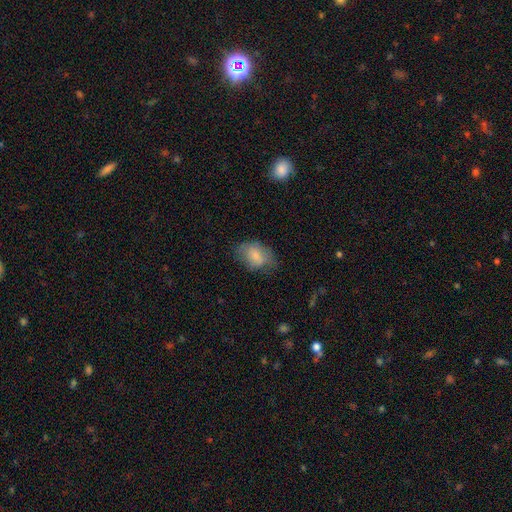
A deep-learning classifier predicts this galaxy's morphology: Overall: smooth (74%). How rounded: in between (81%). Merging: none (53%; minor disturbance 32%).